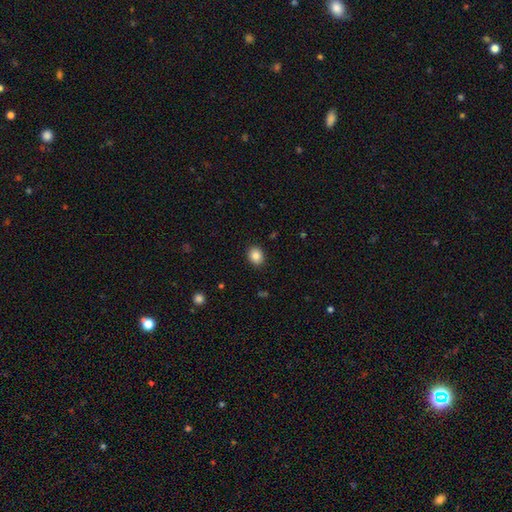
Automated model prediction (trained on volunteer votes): The model was most divided on "how rounded": round: 52%, in between: 48%, cigar-shaped: 1%. More confident: merging — none (90%); smooth or featured — smooth (86%).